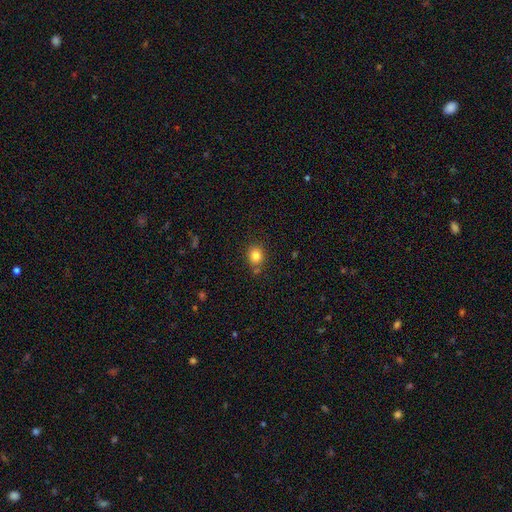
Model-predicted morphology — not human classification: Smooth or featured?
  - smooth: 82% *
  - star or artifact: 11%
  - featured or disk: 7%
How rounded?
  - round: 71% *
  - in between: 28%
  - cigar-shaped: 1%
Merging?
  - none: 77% *
  - minor disturbance: 14%
  - merger: 6%
  - major disturbance: 3%